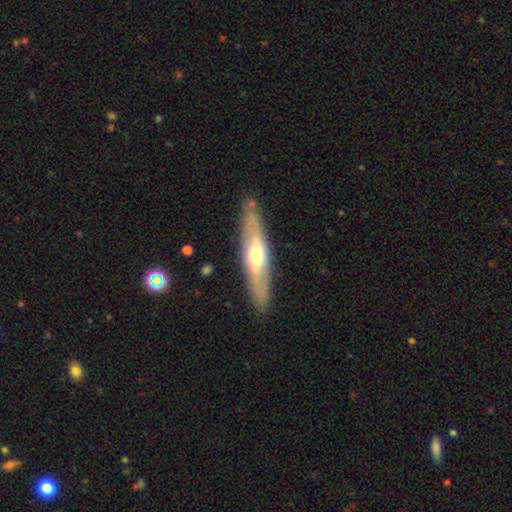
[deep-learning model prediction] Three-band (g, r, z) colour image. It shows a featured or disk galaxy (53%) viewed edge-on (75%). Merging: none (87%).